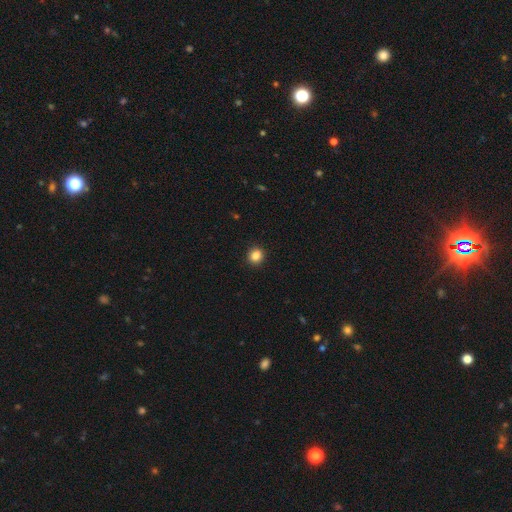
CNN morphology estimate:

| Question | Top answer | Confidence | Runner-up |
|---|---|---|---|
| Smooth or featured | smooth | 86% | star or artifact (11%) |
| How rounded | round | 81% | in between (18%) |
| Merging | none | 92% | minor disturbance (6%) |